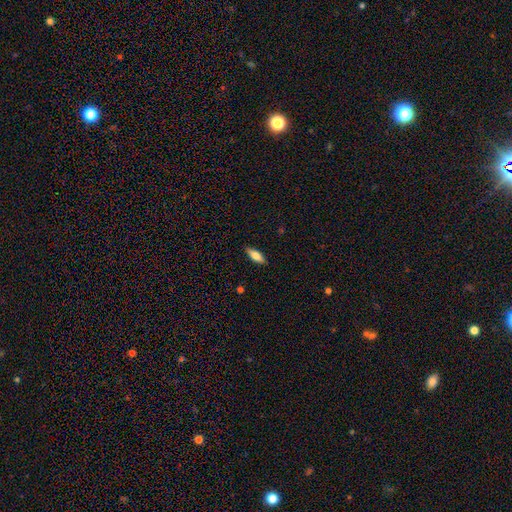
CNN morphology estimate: smooth 69%, featured or disk 24%, star or artifact 7%. Down the decision tree: how rounded — in between (65%); merging — none (88%).